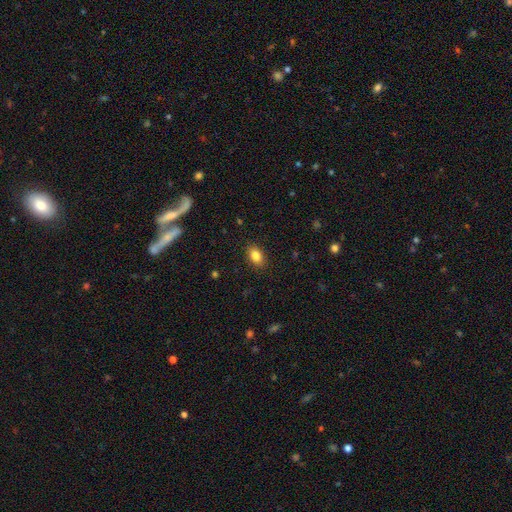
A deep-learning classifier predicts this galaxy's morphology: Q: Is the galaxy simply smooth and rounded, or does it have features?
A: smooth — 85%.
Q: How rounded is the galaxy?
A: in between — 85%.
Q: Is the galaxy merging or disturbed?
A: none — 88%.